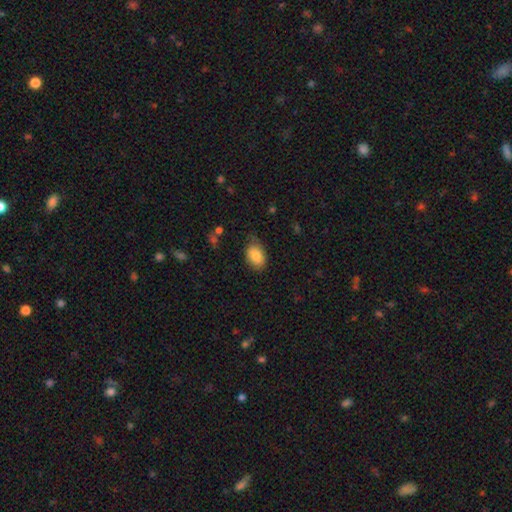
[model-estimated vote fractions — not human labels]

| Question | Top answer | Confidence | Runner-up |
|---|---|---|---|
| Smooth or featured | smooth | 85% | featured or disk (8%) |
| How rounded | in between | 86% | round (12%) |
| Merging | none | 66% | minor disturbance (26%) |